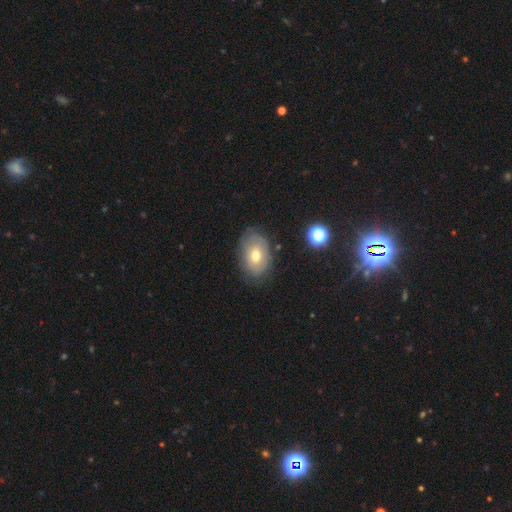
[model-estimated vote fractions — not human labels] The model was most divided on "smooth or featured": smooth: 55%, featured or disk: 35%, star or artifact: 9%. More confident: how rounded — in between (80%); merging — none (73%).